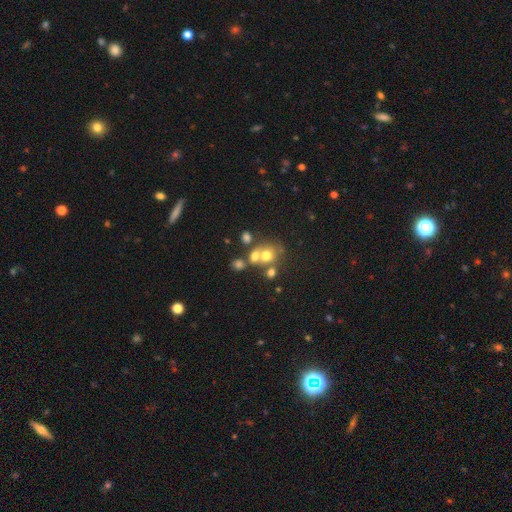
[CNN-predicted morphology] type=smooth (51%); roundness=round (78%); merging=none (47%).